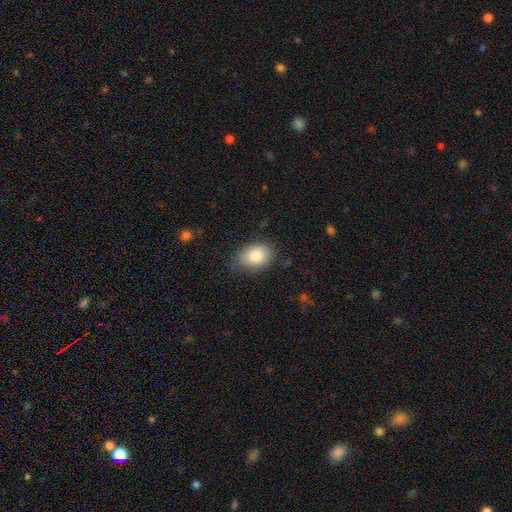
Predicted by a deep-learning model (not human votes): Smooth or featured? Predicted: smooth (p=0.85). How rounded? Predicted: in between (p=0.80). Merging? Predicted: none (p=0.72).